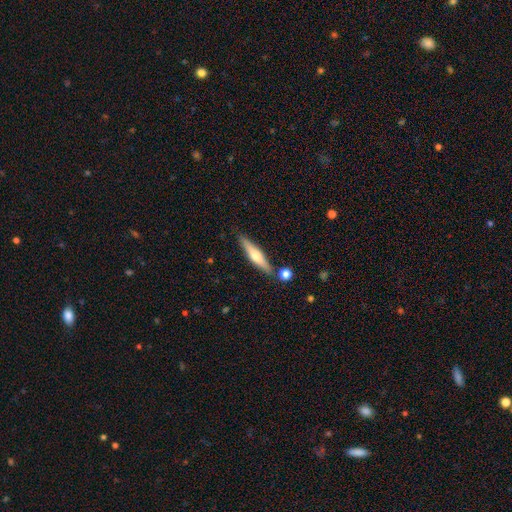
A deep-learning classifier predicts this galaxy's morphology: This appears to be a featured or disk galaxy (48%). Merging: none (82%).